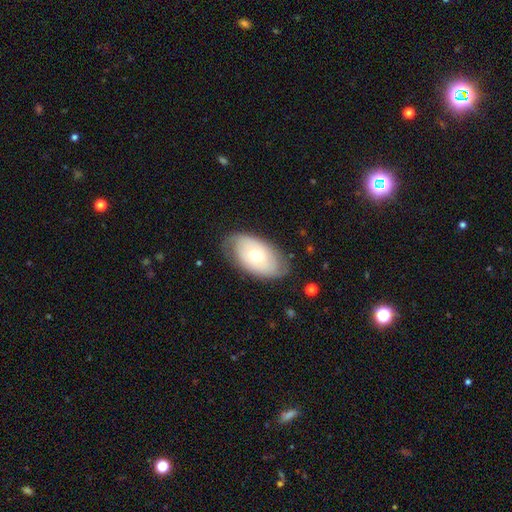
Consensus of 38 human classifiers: smooth_or_featured: smooth (p=0.50) [alt: featured or disk p=0.42]
how_rounded: in between (p=0.89) [alt: round p=0.11]
merging: none (p=0.80) [alt: minor disturbance p=0.14]